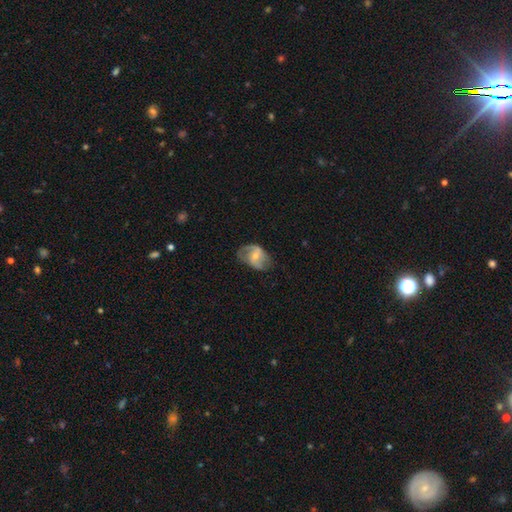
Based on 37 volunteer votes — Volunteers were most divided on "merging" (2-way tie): none: 34%, minor disturbance: 34%, major disturbance: 31%, merger: 0%. Remaining: edge-on disk — no (100%); spiral arms — yes (83%); spiral arm count — 2 (67%); bulge size — moderate (67%); spiral winding — medium (60%); bar — weak (50%); smooth or featured — featured or disk (49%).